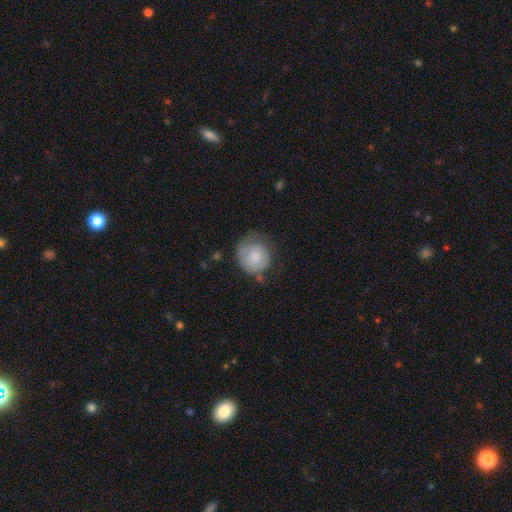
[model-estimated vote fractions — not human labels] Smooth or featured?
  - smooth: 74% *
  - featured or disk: 19%
  - star or artifact: 7%
How rounded?
  - round: 87% *
  - in between: 12%
  - cigar-shaped: 1%
Merging?
  - none: 55% *
  - minor disturbance: 30%
  - major disturbance: 12%
  - merger: 3%